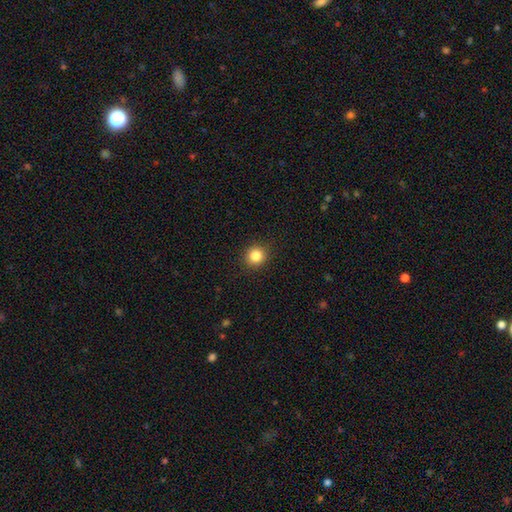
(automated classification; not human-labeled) This is clearly a smooth galaxy (84%). How rounded: clearly round (89%). Merging: clearly none (91%).